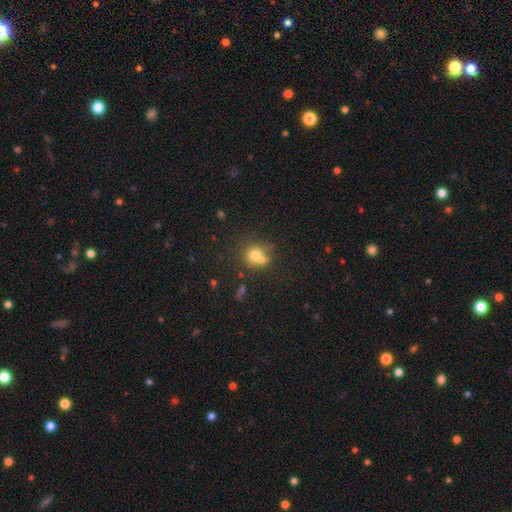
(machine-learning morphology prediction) A smooth galaxy with no disk features (69%) that is round (84%). Merging: none (46%).